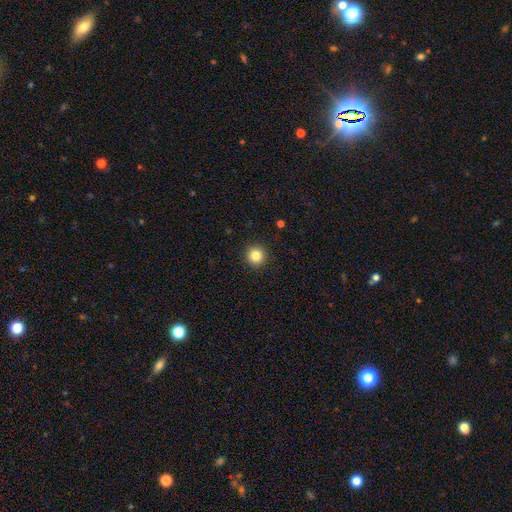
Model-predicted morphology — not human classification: Overall: smooth (84%). How rounded: round (95%). Merging: none (92%).